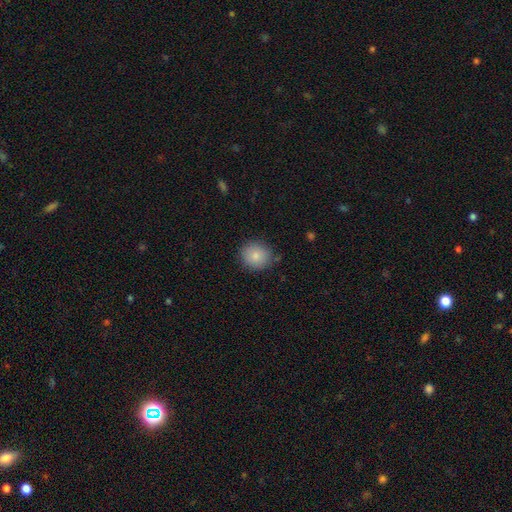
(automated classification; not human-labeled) Smooth or featured: smooth — 85% (star or artifact — 8%)
How rounded: round — 87% (in between — 12%)
Merging: none — 84% (minor disturbance — 11%)